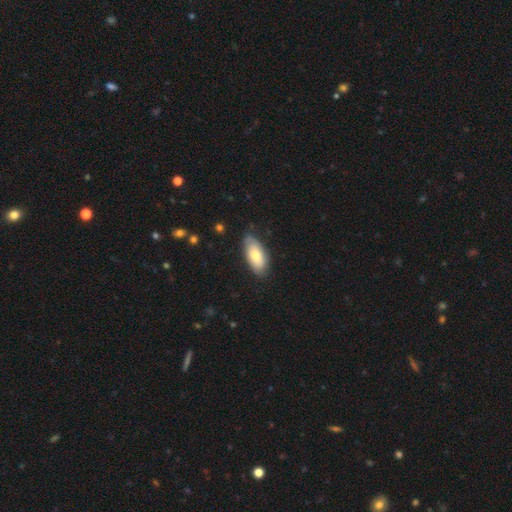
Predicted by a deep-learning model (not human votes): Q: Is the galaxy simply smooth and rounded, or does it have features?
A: smooth — 72%.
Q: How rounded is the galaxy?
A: in between — 90%.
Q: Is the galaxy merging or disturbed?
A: none — 76%.